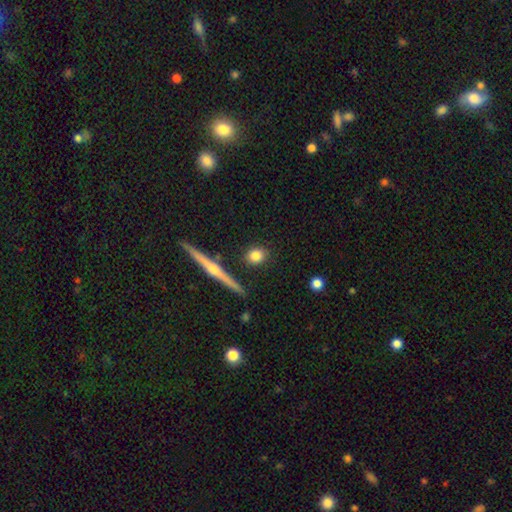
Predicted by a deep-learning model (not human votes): This is likely a smooth galaxy (80%). How rounded: likely round (63%). Merging: clearly none (87%).